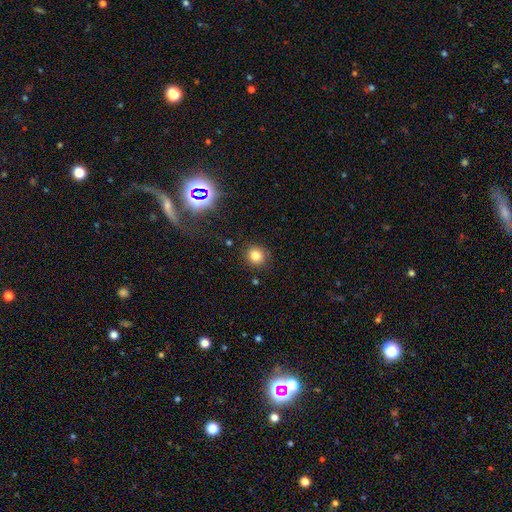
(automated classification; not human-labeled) Morphology: type=smooth (80%); roundness=round (88%); merging=none (86%).